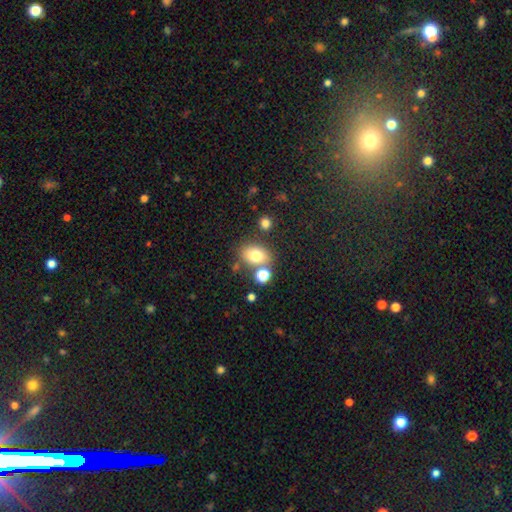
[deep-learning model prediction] smooth-or-featured: smooth: 75% | featured or disk: 13% | star or artifact: 13%
  how-rounded: in between: 67% | round: 32% | cigar-shaped: 1%
  merging: none: 67% | merger: 16% | minor disturbance: 13% | major disturbance: 4%